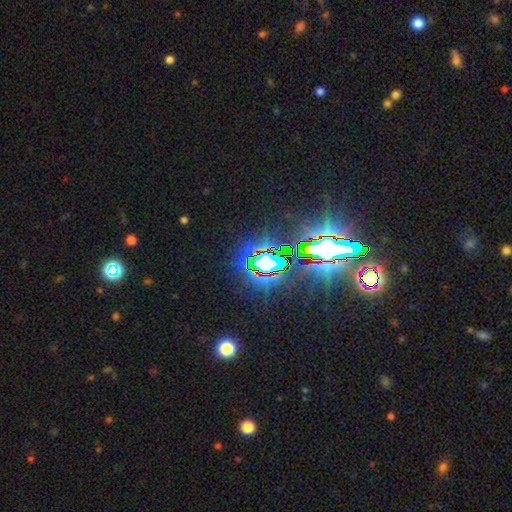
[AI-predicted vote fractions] smooth-or-featured: star or artifact: 82% | smooth: 10% | featured or disk: 8%